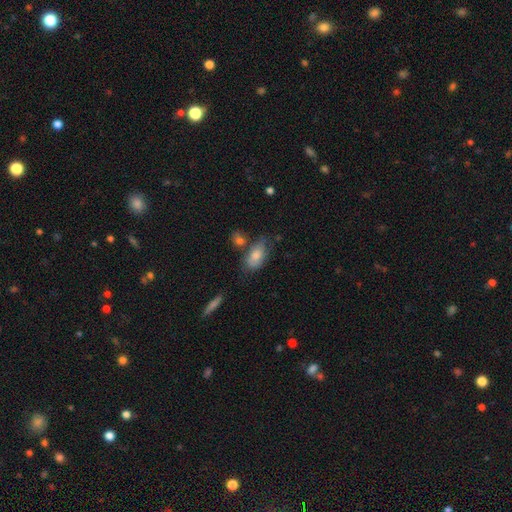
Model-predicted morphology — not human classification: A smooth galaxy with no disk features (72%) that is in between round and cigar-shaped (90%). Merging: none (48%).